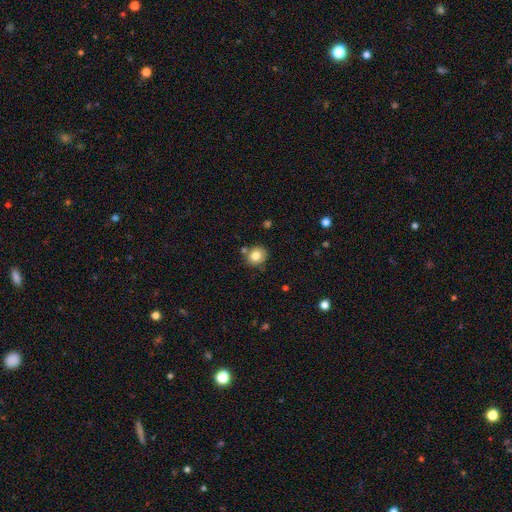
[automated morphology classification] Smooth or featured? smooth (81%)
How rounded? round (85%)
Merging? none (77%)